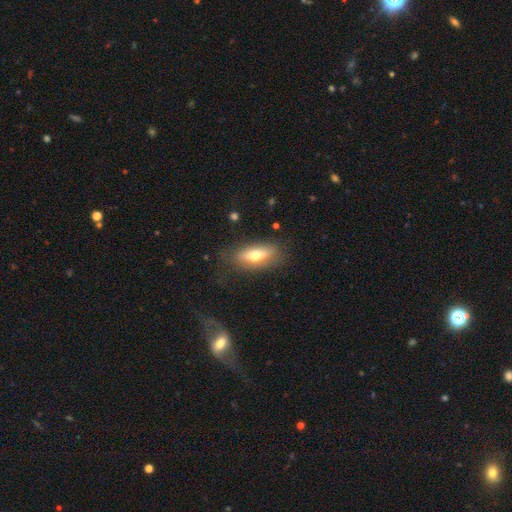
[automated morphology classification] type=smooth (65%); roundness=in between (72%); merging=none (76%).